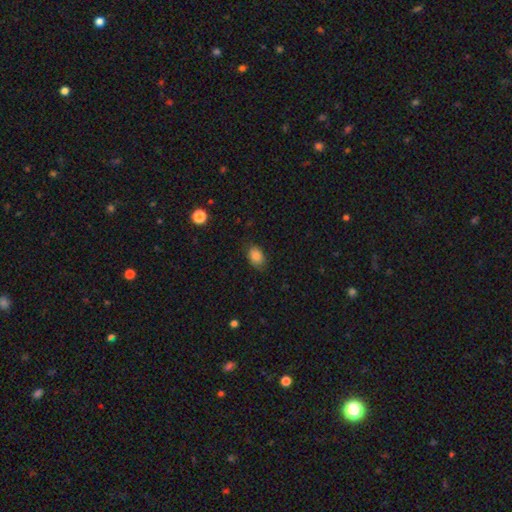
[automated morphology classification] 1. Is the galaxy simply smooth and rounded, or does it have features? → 85% smooth, 9% star or artifact, 6% featured or disk.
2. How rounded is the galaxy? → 81% in between, 17% round, 1% cigar-shaped.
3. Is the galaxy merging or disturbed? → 76% none, 19% minor disturbance, 4% major disturbance, 1% merger.